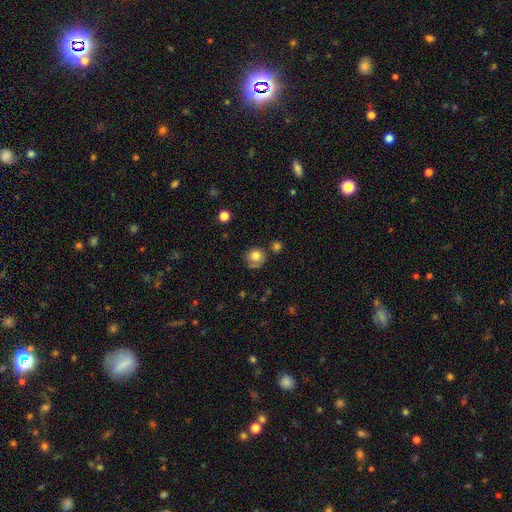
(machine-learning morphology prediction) This appears to be a smooth galaxy with no disk features (76%) that is round (87%). Merging: none (64%).